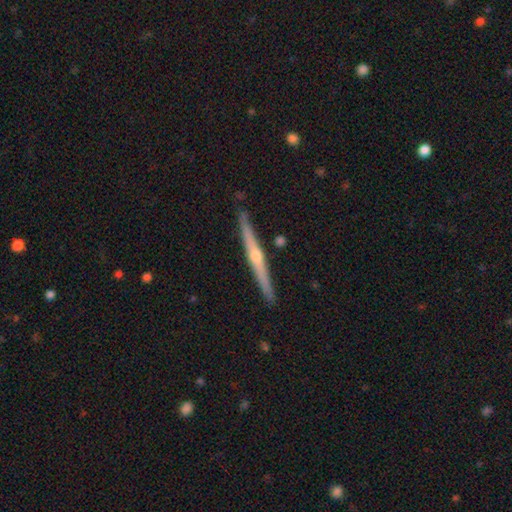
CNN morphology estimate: Smooth or featured?
  - featured or disk: 77% *
  - smooth: 18%
  - star or artifact: 5%
Edge-on disk?
  - yes: 98% *
  - no: 2%
Edge-on bulge?
  - rounded: 81% *
  - none: 15%
  - boxy: 4%
Merging?
  - none: 90% *
  - minor disturbance: 7%
  - merger: 2%
  - major disturbance: 1%